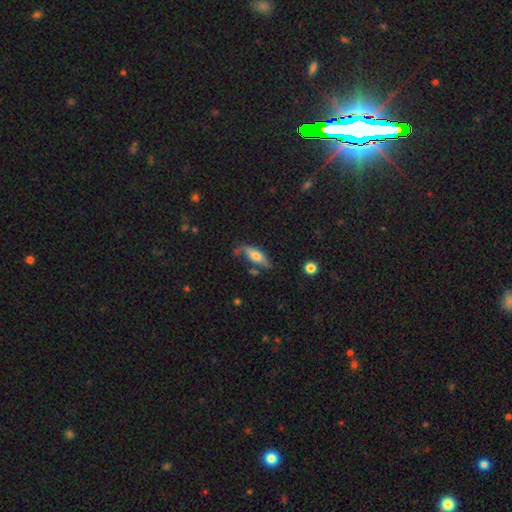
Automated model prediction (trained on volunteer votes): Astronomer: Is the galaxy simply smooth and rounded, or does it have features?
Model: smooth — 56% (runner-up: featured or disk, 37%).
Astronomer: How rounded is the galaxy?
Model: in between — 51% (runner-up: cigar-shaped, 46%).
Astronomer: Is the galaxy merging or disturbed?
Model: none — 62%.